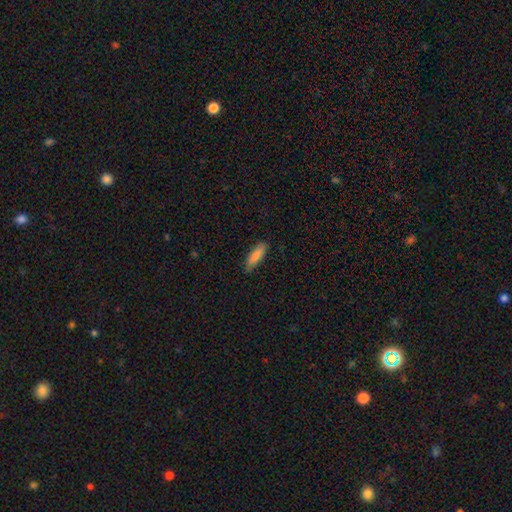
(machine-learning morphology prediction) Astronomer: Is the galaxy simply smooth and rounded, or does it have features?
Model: smooth — 79%.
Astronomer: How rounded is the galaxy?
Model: cigar-shaped — 50% (runner-up: in between, 48%).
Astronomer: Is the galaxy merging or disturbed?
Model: none — 84%.